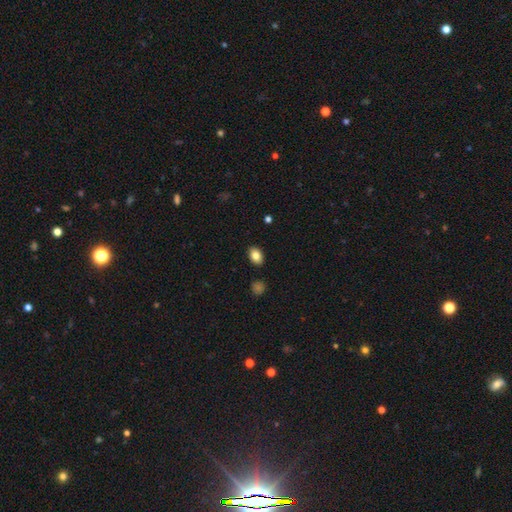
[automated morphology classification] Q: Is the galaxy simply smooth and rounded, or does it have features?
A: smooth — 83%.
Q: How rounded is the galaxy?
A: in between — 84%.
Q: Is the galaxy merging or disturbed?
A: none — 89%.